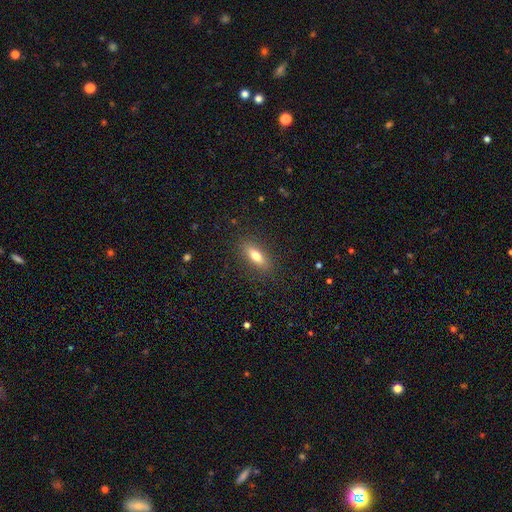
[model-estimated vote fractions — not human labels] smooth_or_featured: smooth (p=0.73) [alt: featured or disk p=0.19]
how_rounded: in between (p=0.64) [alt: cigar-shaped p=0.32]
merging: none (p=0.87) [alt: minor disturbance p=0.09]